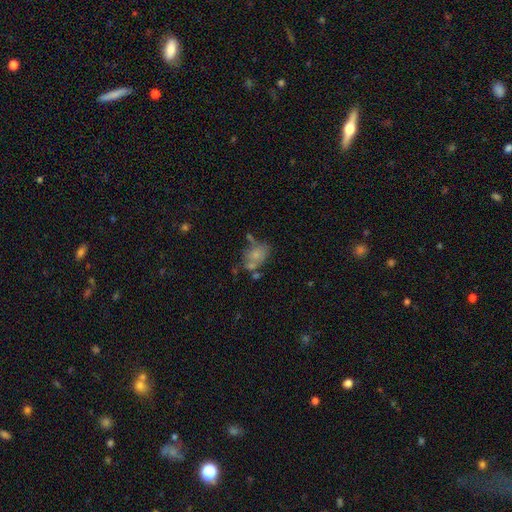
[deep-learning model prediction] The model was most divided on "merging": none: 42%, merger: 26%, minor disturbance: 21%, major disturbance: 12%. More confident: how rounded — in between (75%); smooth or featured — smooth (63%).